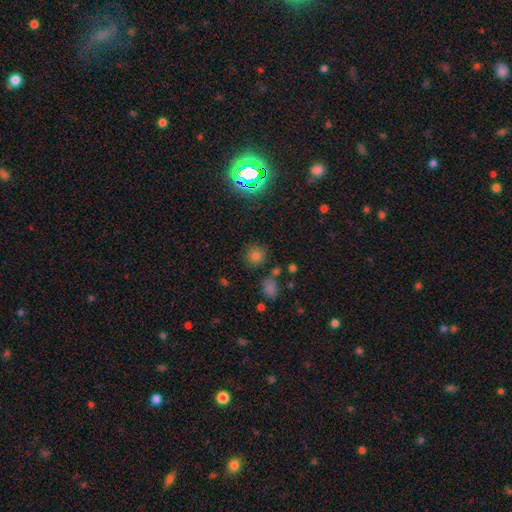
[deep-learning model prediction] A smooth galaxy with no disk features (73%) that is round (88%).

Vote fractions:
- Smooth or featured? smooth: 73% / star or artifact: 20% / featured or disk: 7%
- How rounded? round: 88% / in between: 11% / cigar-shaped: 1%
- Merging? none: 79% / minor disturbance: 10% / merger: 6% / major disturbance: 4%